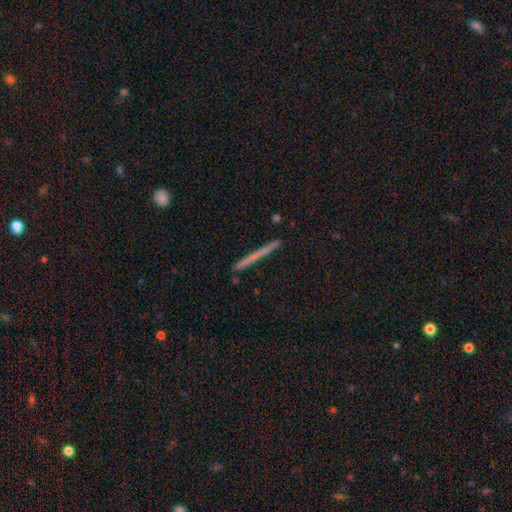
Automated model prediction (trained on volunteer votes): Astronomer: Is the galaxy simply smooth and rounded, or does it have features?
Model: smooth — 49% (runner-up: featured or disk, 45%).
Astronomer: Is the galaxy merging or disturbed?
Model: none — 91%.